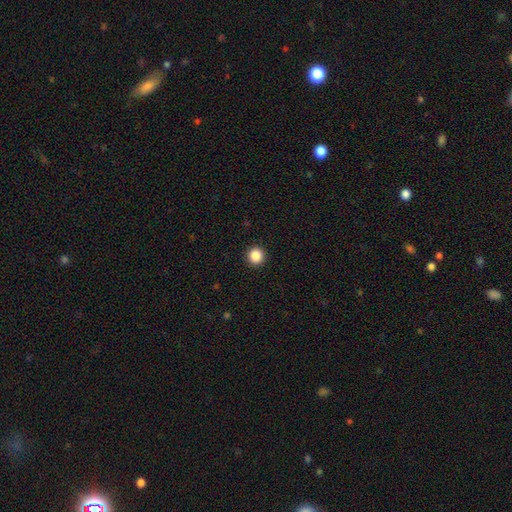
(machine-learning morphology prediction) A smooth galaxy with no disk features (87%) that is round (95%).

Vote fractions:
- Smooth or featured? smooth: 87% / star or artifact: 10% / featured or disk: 3%
- How rounded? round: 95% / in between: 4% / cigar-shaped: 1%
- Merging? none: 93% / minor disturbance: 4% / major disturbance: 2% / merger: 1%